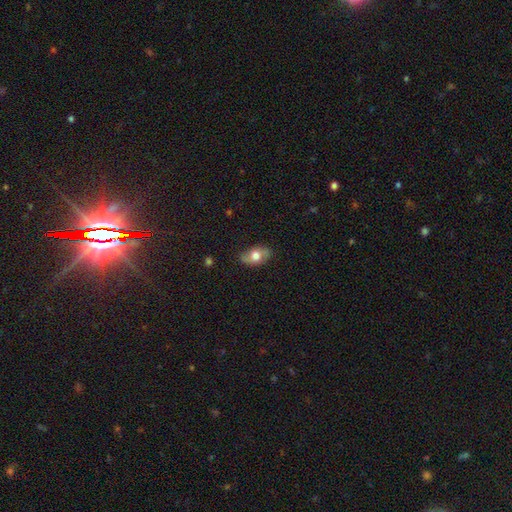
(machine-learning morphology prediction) Smooth or featured? Predicted: smooth (p=0.56). How rounded? Predicted: in between (p=0.87). Merging? Predicted: none (p=0.78).